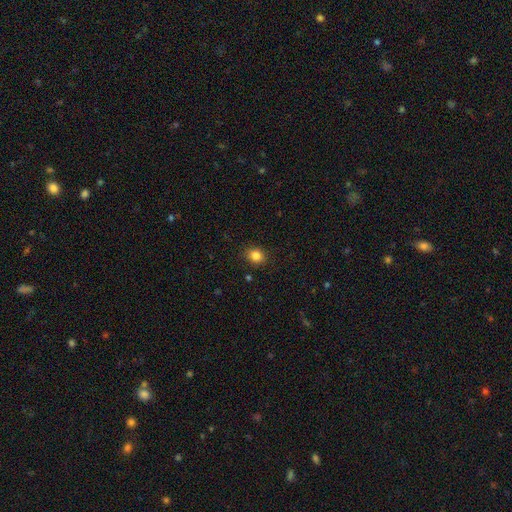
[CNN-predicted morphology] Smooth or featured?
  - smooth: 84% *
  - star or artifact: 11%
  - featured or disk: 5%
How rounded?
  - round: 64% *
  - in between: 35%
  - cigar-shaped: 1%
Merging?
  - none: 88% *
  - minor disturbance: 9%
  - major disturbance: 2%
  - merger: 1%